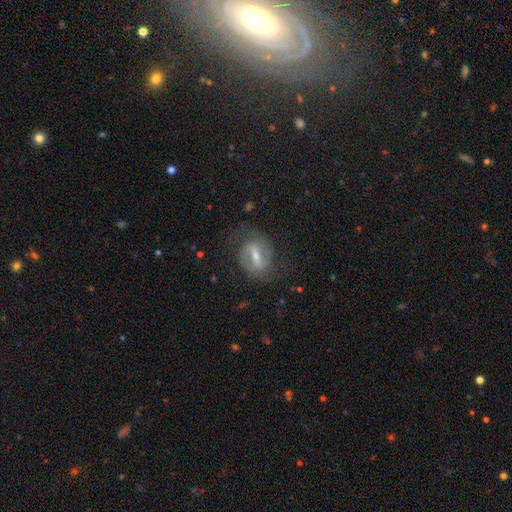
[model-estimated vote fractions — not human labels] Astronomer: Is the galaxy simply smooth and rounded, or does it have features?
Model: featured or disk — 75%.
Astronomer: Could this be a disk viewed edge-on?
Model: no — 92%.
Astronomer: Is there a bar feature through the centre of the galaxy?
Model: strong — 56% (runner-up: weak, 36%).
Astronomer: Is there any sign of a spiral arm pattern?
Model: yes — 79%.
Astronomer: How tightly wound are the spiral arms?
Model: medium — 45% (runner-up: loose, 27%).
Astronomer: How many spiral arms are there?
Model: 2 — 79%.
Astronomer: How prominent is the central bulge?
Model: moderate — 49% (runner-up: small, 42%).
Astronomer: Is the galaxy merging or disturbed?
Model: none — 68%.